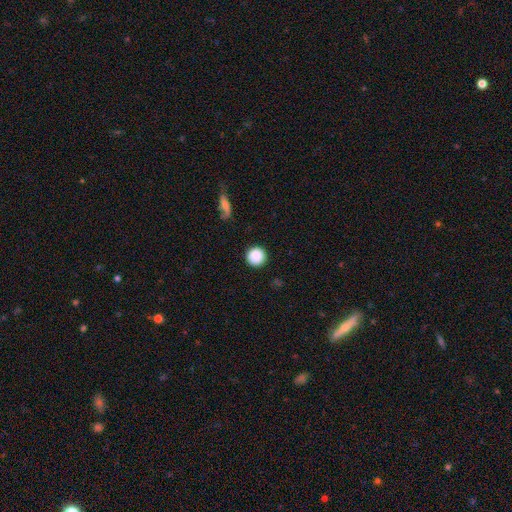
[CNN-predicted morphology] smooth-or-featured: smooth: 88% | star or artifact: 8% | featured or disk: 4%
  how-rounded: round: 96% | in between: 3% | cigar-shaped: 1%
  merging: none: 91% | minor disturbance: 6% | major disturbance: 2% | merger: 1%